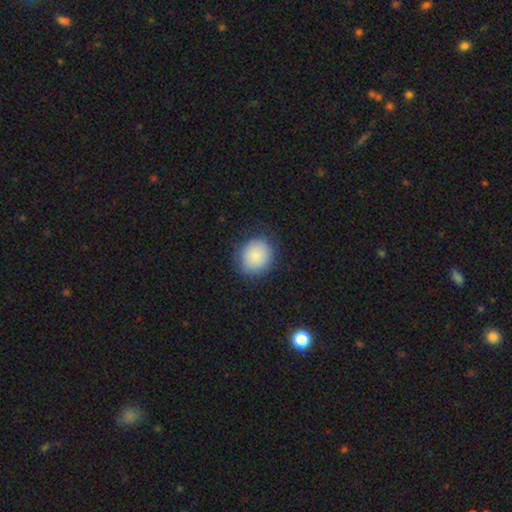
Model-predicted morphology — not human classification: Q: Smooth or featured?
A: smooth (87%); runner-up: star or artifact (8%)
Q: How rounded?
A: round (80%); runner-up: in between (19%)
Q: Merging?
A: none (83%); runner-up: minor disturbance (12%)